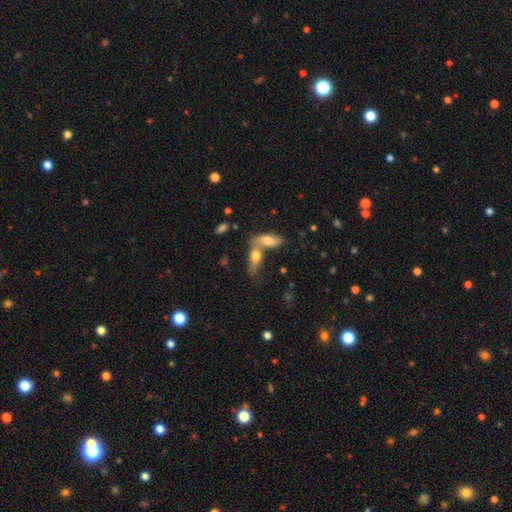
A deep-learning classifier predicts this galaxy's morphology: smooth-or-featured: smooth: 65% | featured or disk: 27% | star or artifact: 8%
  how-rounded: in between: 64% | cigar-shaped: 31% | round: 5%
  merging: merger: 63% | none: 26% | minor disturbance: 7% | major disturbance: 4%